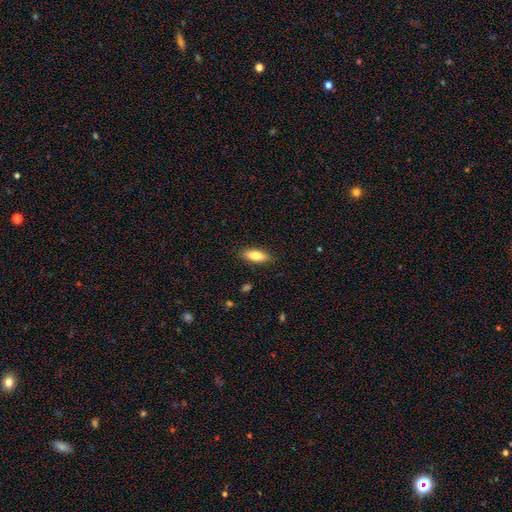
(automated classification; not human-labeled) Morphology: type=smooth (76%); roundness=in between (71%); merging=none (87%).